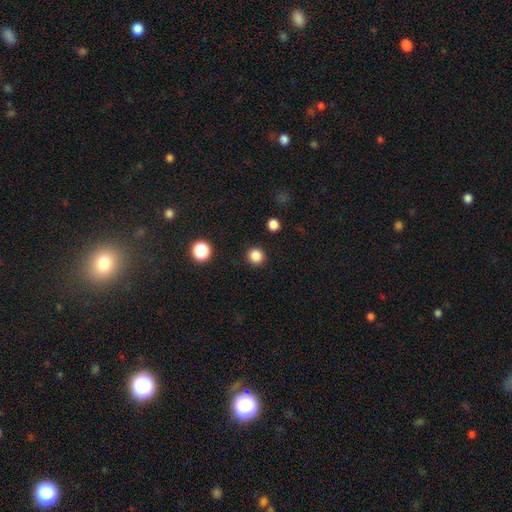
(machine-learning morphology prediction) Smooth or featured: smooth — 85% (star or artifact — 12%)
How rounded: round — 95% (in between — 4%)
Merging: none — 92% (minor disturbance — 5%)